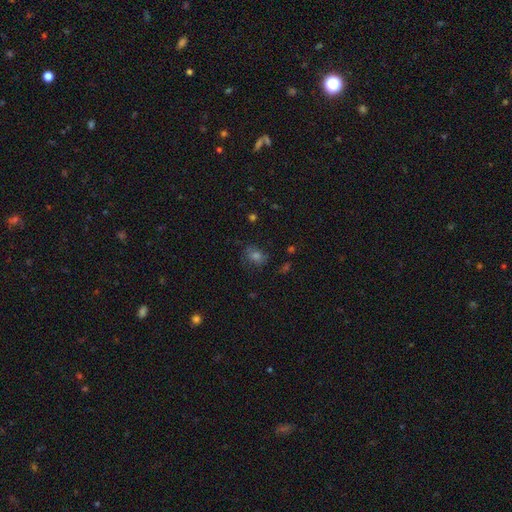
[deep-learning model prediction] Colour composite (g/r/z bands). It shows a smooth galaxy with no disk features (52%) that is round (54%). Merging: none (70%).